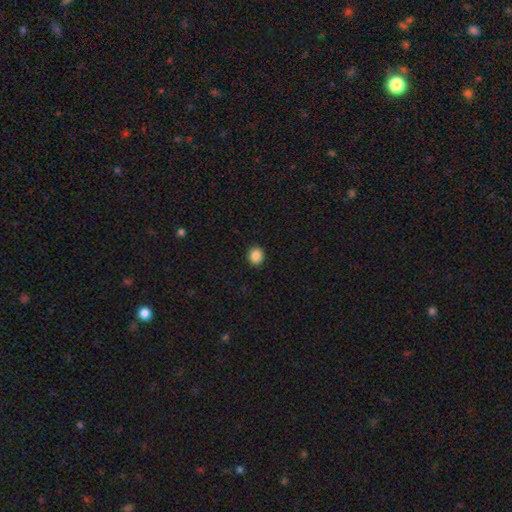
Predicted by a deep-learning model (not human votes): Smooth or featured?
  - smooth: 87% *
  - star or artifact: 9%
  - featured or disk: 3%
How rounded?
  - round: 80% *
  - in between: 19%
  - cigar-shaped: 1%
Merging?
  - none: 92% *
  - minor disturbance: 5%
  - major disturbance: 2%
  - merger: 1%